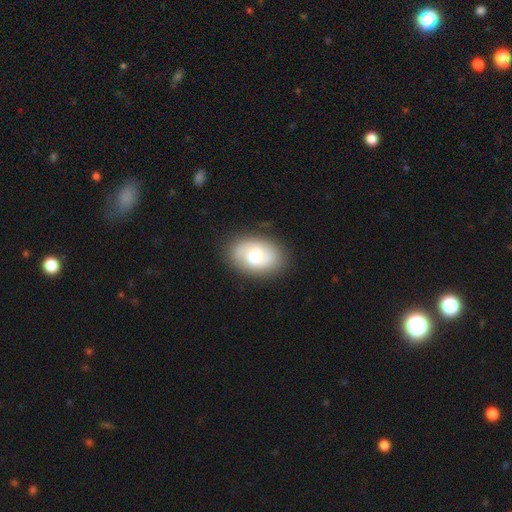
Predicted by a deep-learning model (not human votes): A smooth galaxy with no disk features (47%). Merging: none (82%).